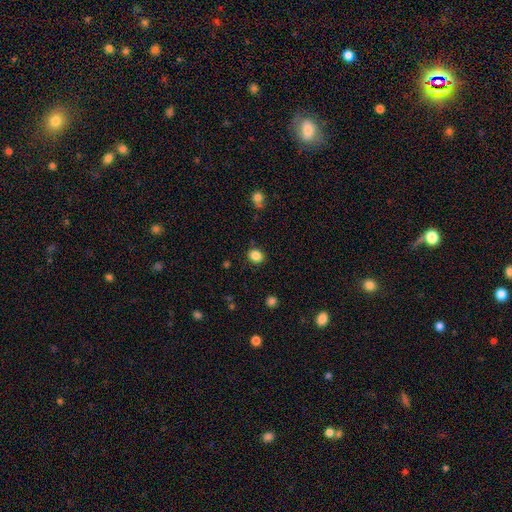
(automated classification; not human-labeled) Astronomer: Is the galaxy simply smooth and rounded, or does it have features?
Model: smooth — 86%.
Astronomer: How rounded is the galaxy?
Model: round — 64%.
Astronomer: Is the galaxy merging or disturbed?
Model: none — 86%.